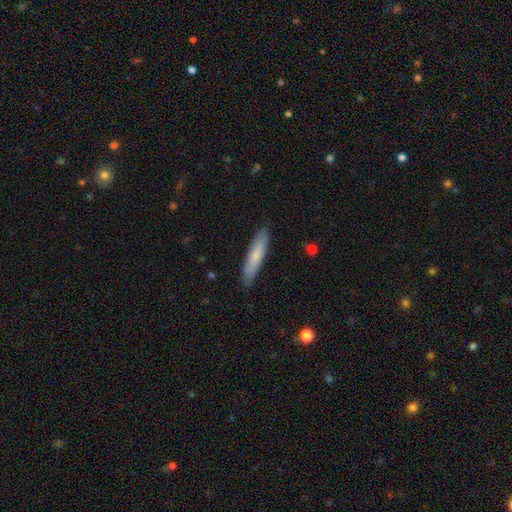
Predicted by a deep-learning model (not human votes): Smooth or featured: smooth — 74% (featured or disk — 21%)
How rounded: cigar-shaped — 85% (in between — 14%)
Merging: none — 88% (minor disturbance — 9%)